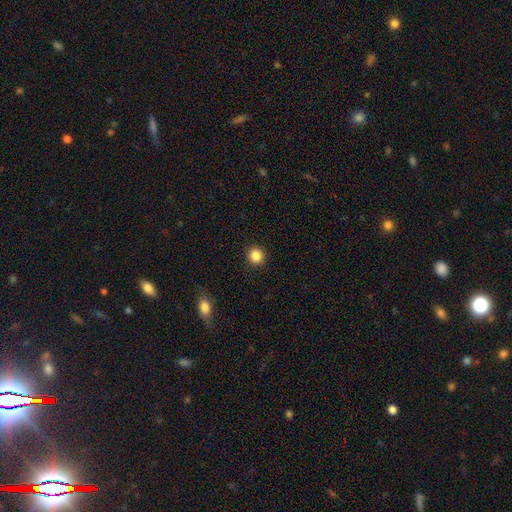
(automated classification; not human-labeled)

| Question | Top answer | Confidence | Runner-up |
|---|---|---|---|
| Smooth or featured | smooth | 86% | star or artifact (10%) |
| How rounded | round | 93% | in between (6%) |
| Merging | none | 92% | minor disturbance (5%) |